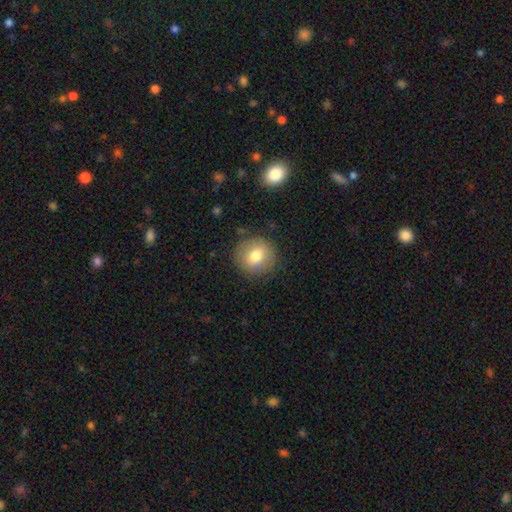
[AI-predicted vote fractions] This appears to be a smooth galaxy with no disk features (76%) that is round (90%). Merging: none (87%).